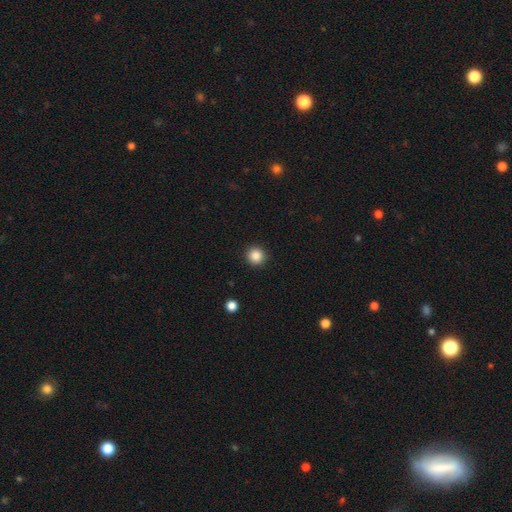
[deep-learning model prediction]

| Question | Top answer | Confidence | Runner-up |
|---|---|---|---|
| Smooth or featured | smooth | 87% | star or artifact (10%) |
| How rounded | round | 95% | in between (4%) |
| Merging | none | 93% | minor disturbance (4%) |